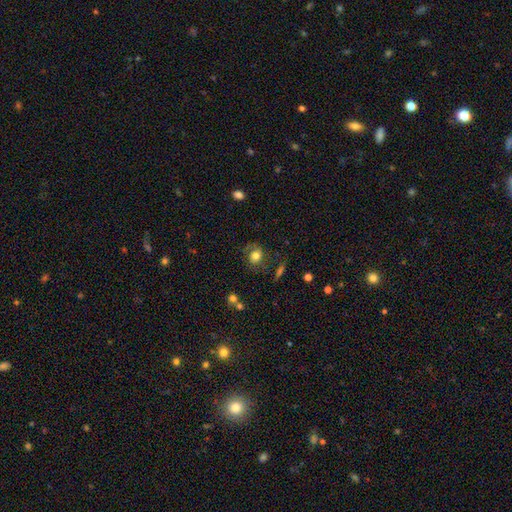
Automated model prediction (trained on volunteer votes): Smooth or featured?
  - smooth: 67% *
  - featured or disk: 23%
  - star or artifact: 10%
How rounded?
  - round: 62% *
  - in between: 37%
  - cigar-shaped: 1%
Merging?
  - none: 62% *
  - minor disturbance: 22%
  - major disturbance: 13%
  - merger: 3%